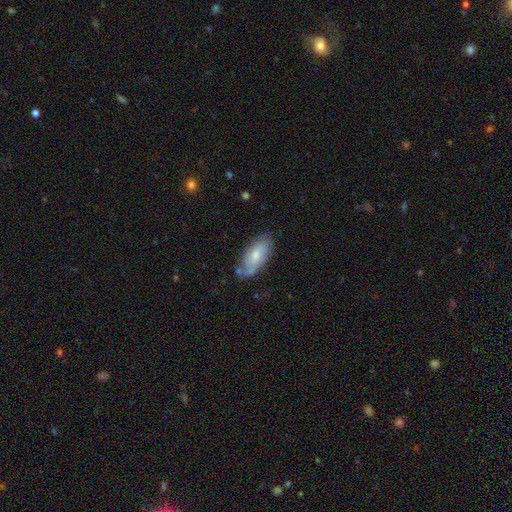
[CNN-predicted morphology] Q: Smooth or featured?
A: smooth (61%); runner-up: featured or disk (33%)
Q: How rounded?
A: in between (88%); runner-up: cigar-shaped (9%)
Q: Merging?
A: none (62%); runner-up: minor disturbance (27%)